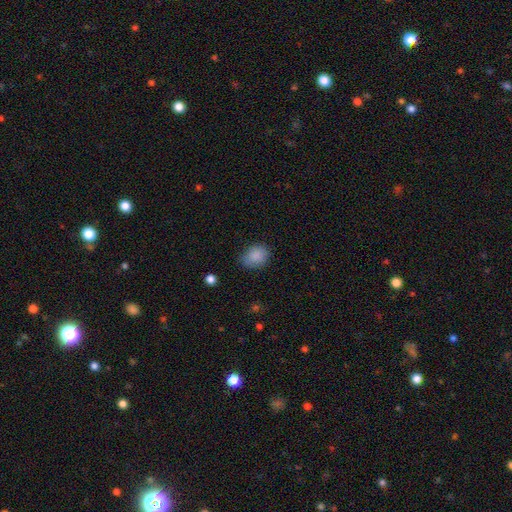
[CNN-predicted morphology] Smooth or featured: smooth — 87% (star or artifact — 8%)
How rounded: in between — 52% (round — 47%)
Merging: none — 75% (minor disturbance — 19%)